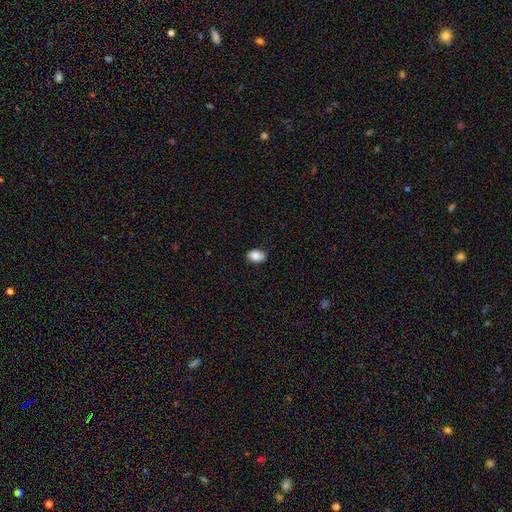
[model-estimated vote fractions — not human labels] Q: Smooth or featured?
A: smooth (83%); runner-up: featured or disk (8%)
Q: How rounded?
A: in between (82%); runner-up: round (17%)
Q: Merging?
A: none (75%); runner-up: minor disturbance (20%)